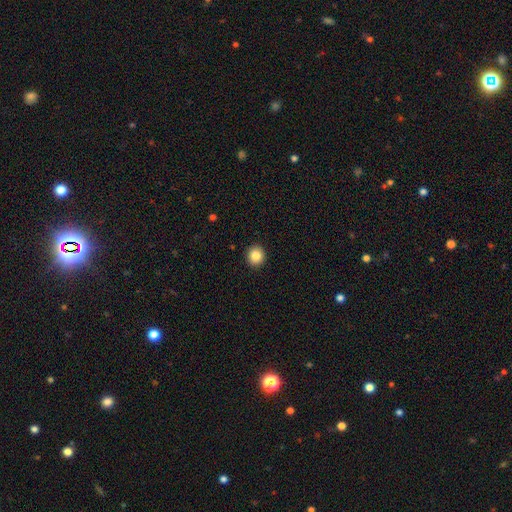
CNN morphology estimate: Smooth or featured?
  - smooth: 85% *
  - star or artifact: 10%
  - featured or disk: 5%
How rounded?
  - round: 88% *
  - in between: 11%
  - cigar-shaped: 1%
Merging?
  - none: 93% *
  - minor disturbance: 5%
  - major disturbance: 2%
  - merger: 1%